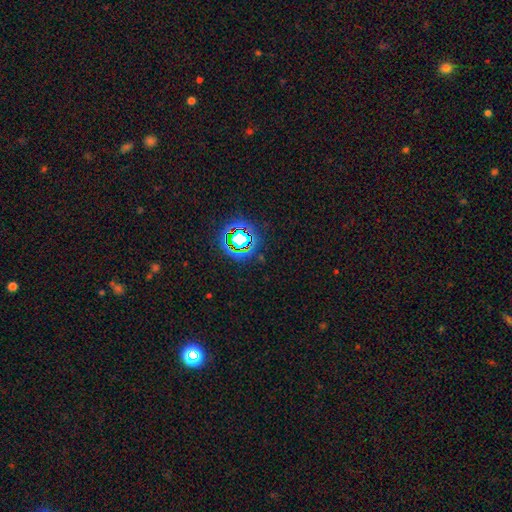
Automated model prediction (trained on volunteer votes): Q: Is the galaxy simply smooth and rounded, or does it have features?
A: star or artifact — 69%.